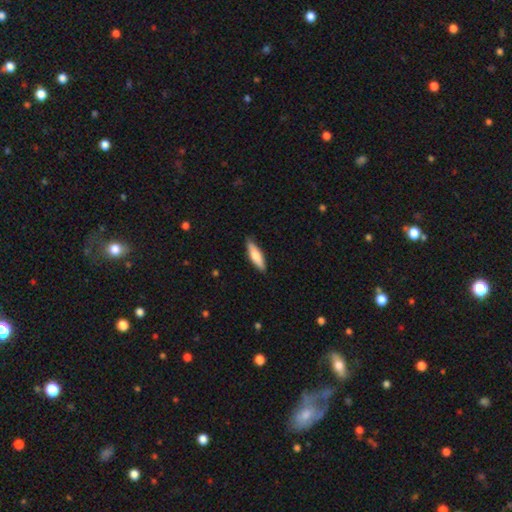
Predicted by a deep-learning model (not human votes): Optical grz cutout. It shows a smooth galaxy with no disk features (68%) that is cigar-shaped (62%). Merging: none (87%).